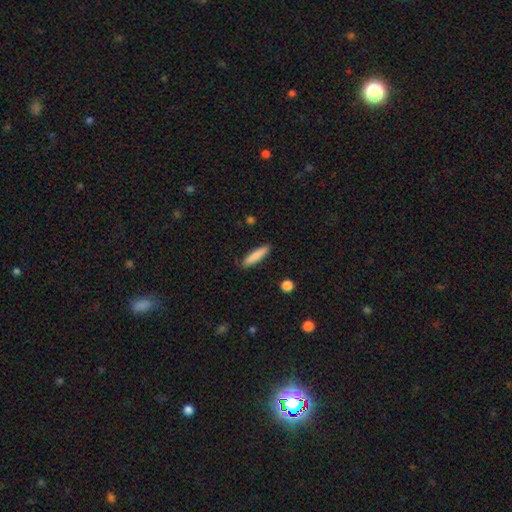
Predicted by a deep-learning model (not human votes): Smooth or featured? Predicted: smooth (p=0.83). How rounded? Predicted: cigar-shaped (p=0.82). Merging? Predicted: none (p=0.87).